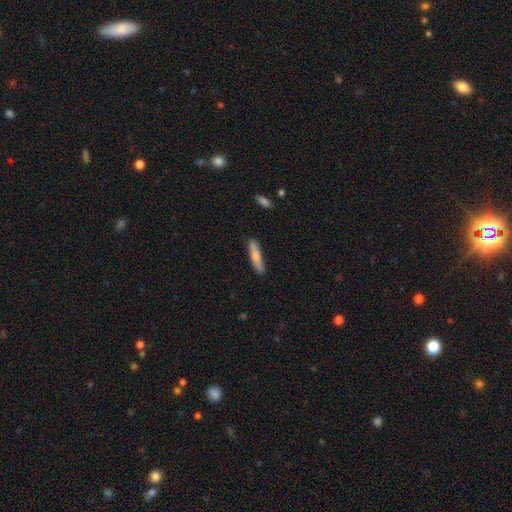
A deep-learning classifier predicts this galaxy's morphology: type=smooth (74%); roundness=cigar-shaped (83%); merging=none (83%).